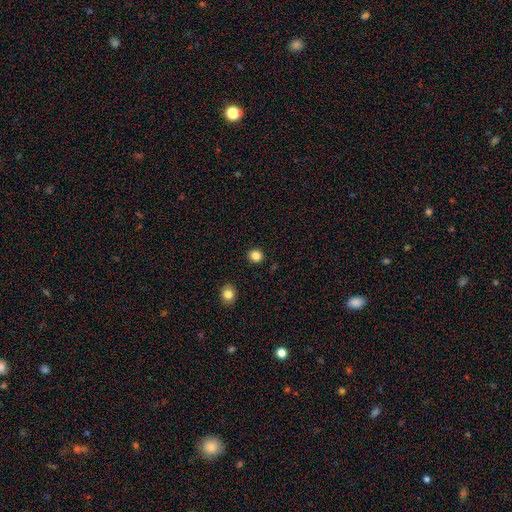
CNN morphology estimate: This is clearly a smooth galaxy (84%). How rounded: clearly round (86%). Merging: clearly none (91%).